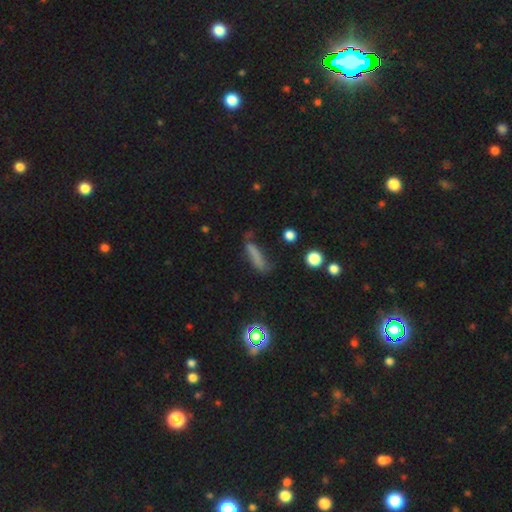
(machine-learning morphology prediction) smooth 68%, featured or disk 18%, star or artifact 14%. Down the decision tree: how rounded — cigar-shaped (76%); merging — none (52%).